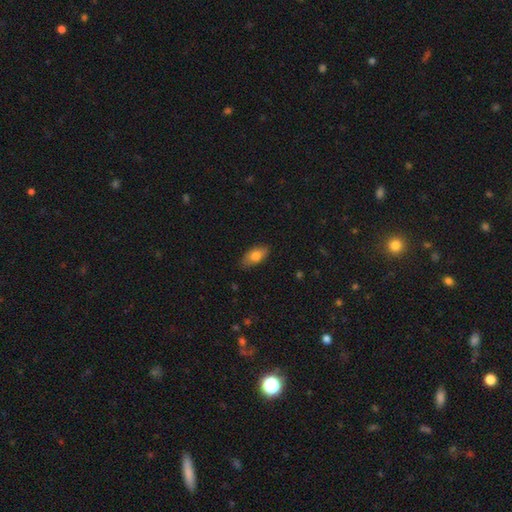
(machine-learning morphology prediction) The model was most divided on "smooth or featured": smooth: 76%, featured or disk: 16%, star or artifact: 7%. More confident: how rounded — in between (88%); merging — none (83%).